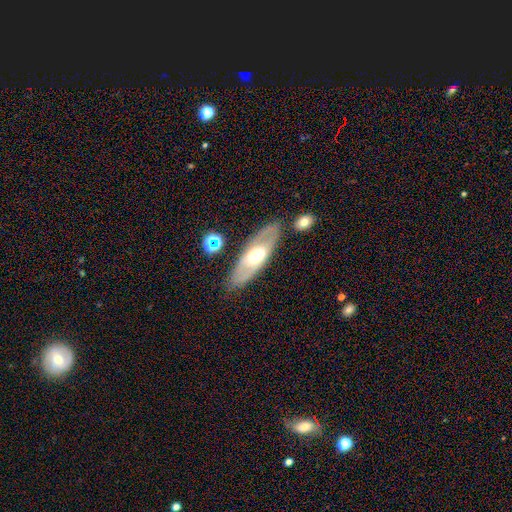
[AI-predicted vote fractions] A featured or disk galaxy (59%).

Vote fractions:
- Smooth or featured? featured or disk: 59% / smooth: 35% / star or artifact: 6%
- Edge-on disk? no: 71% / yes: 29%
- Merging? none: 83% / minor disturbance: 11% / major disturbance: 3% / merger: 3%